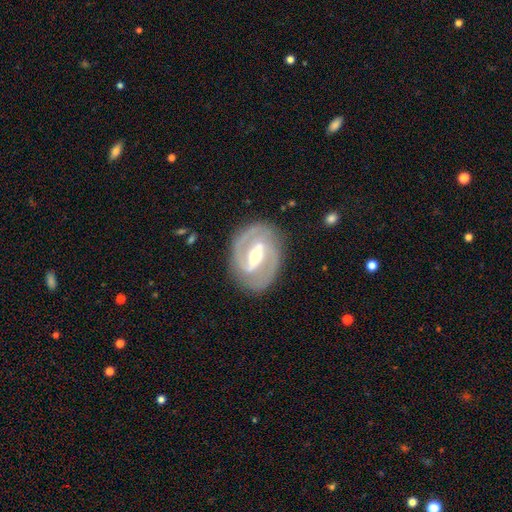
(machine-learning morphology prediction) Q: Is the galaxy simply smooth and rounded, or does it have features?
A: featured or disk — 87%.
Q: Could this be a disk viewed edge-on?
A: no — 96%.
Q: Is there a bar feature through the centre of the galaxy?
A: strong — 61%.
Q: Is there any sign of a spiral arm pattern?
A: yes — 91%.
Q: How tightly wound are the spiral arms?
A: medium — 46%.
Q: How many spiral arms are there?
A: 2 — 87%.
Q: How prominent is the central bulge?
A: moderate — 66%.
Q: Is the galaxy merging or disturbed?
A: none — 84%.